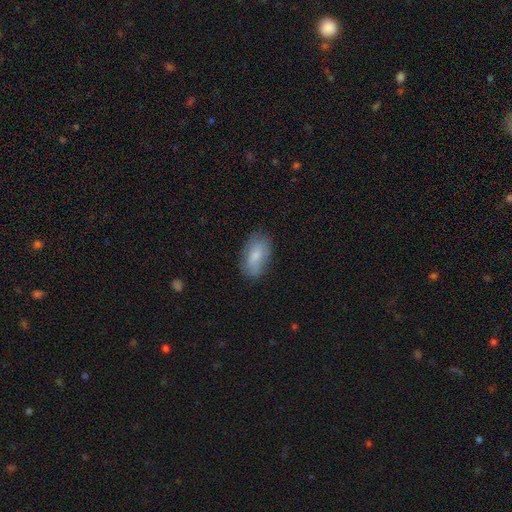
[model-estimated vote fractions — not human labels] A smooth galaxy with no disk features (80%) that is in between round and cigar-shaped (92%). Merging: none (79%).